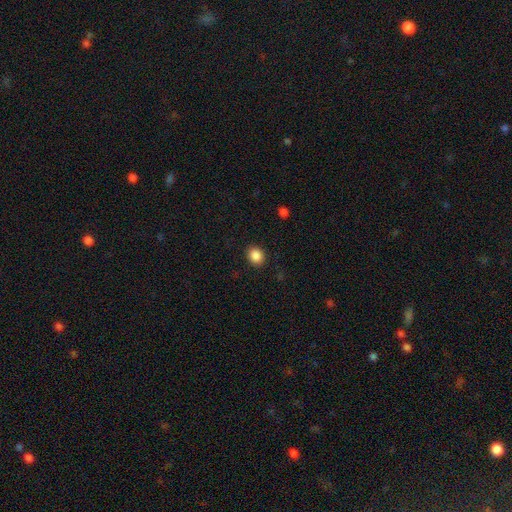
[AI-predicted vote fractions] smooth-or-featured: smooth: 87% | star or artifact: 10% | featured or disk: 3%
  how-rounded: round: 65% | in between: 34% | cigar-shaped: 1%
  merging: none: 90% | minor disturbance: 6% | major disturbance: 2% | merger: 1%